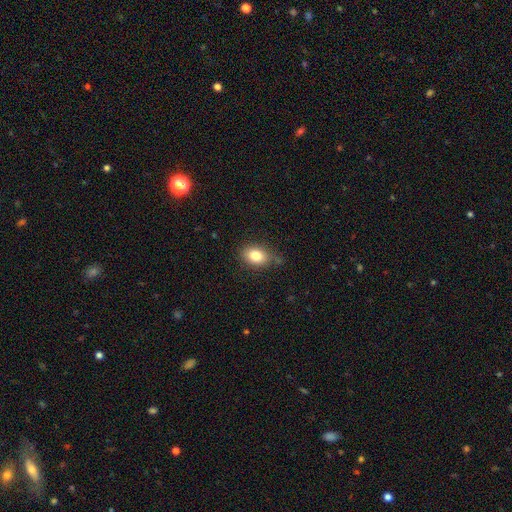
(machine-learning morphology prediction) smooth 81%, featured or disk 10%, star or artifact 9%. Down the decision tree: how rounded — in between (79%); merging — none (74%).